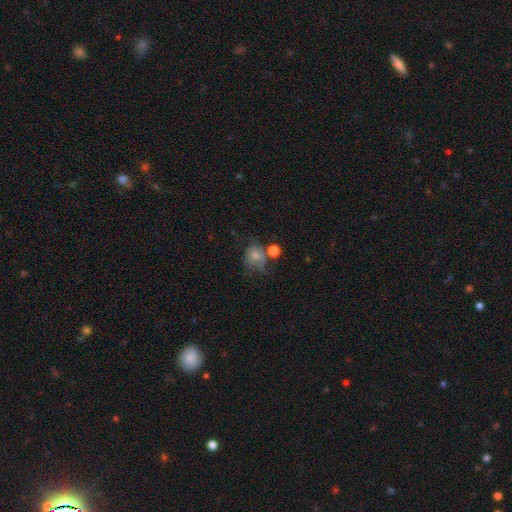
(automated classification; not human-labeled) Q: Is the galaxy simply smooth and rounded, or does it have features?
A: smooth — 67%.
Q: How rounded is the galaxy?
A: round — 65%.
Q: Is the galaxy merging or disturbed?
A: none — 37%.